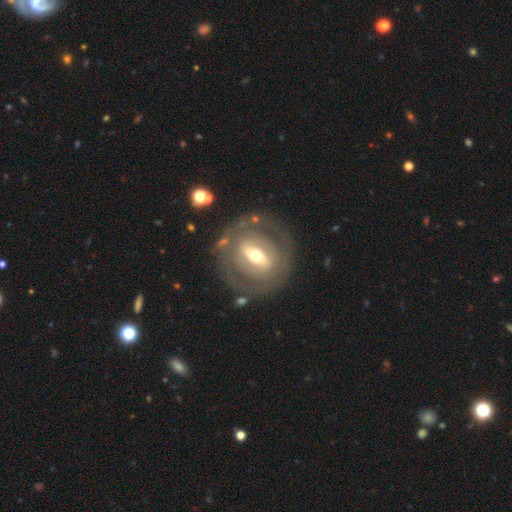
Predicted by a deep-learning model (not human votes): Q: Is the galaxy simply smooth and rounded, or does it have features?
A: featured or disk — 69%.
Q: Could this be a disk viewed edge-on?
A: no — 88%.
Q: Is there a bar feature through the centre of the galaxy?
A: strong — 52%.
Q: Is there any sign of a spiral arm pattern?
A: no — 71%.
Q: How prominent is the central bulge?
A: moderate — 61%.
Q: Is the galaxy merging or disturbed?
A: none — 78%.